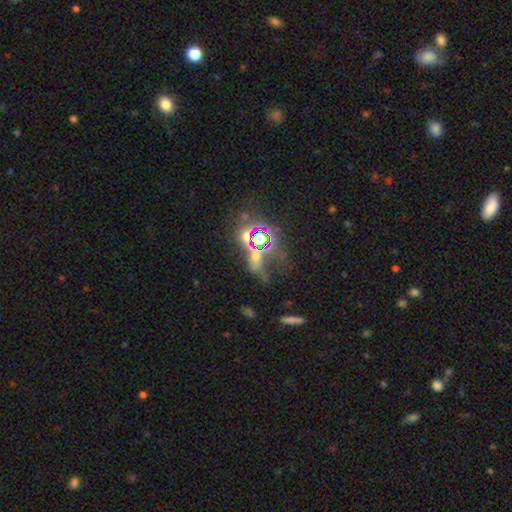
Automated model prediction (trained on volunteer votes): smooth_or_featured: star or artifact (p=0.59) [alt: smooth p=0.25]